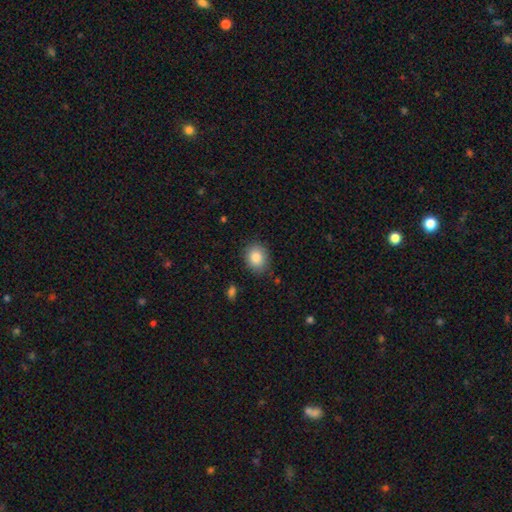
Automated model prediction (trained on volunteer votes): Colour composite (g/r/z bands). It shows a smooth galaxy with no disk features (86%) that is round (55%). Merging: none (83%).